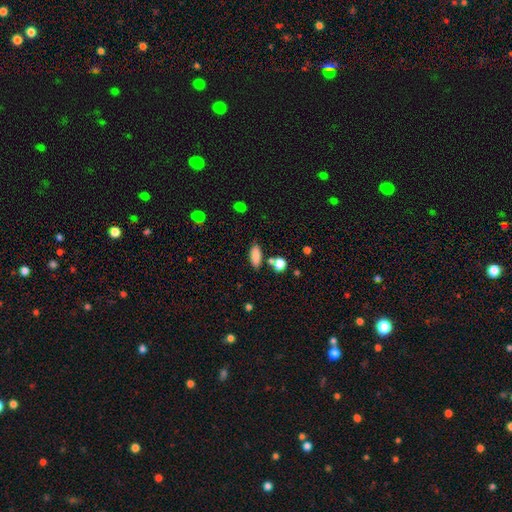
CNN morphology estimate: Smooth or featured: smooth — 86% (star or artifact — 9%)
How rounded: in between — 81% (cigar-shaped — 14%)
Merging: none — 74% (minor disturbance — 13%)